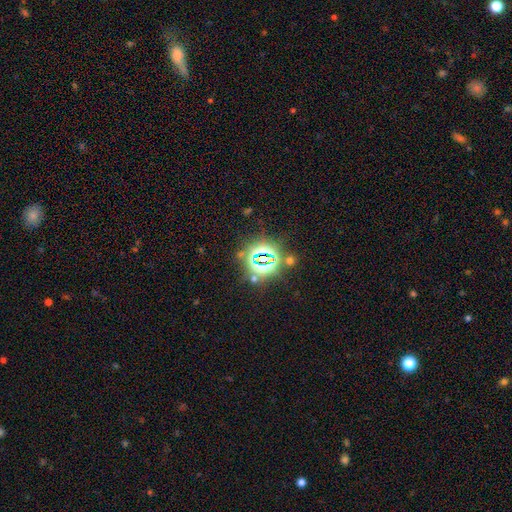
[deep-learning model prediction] Smooth or featured?
  - star or artifact: 81% *
  - smooth: 12%
  - featured or disk: 8%